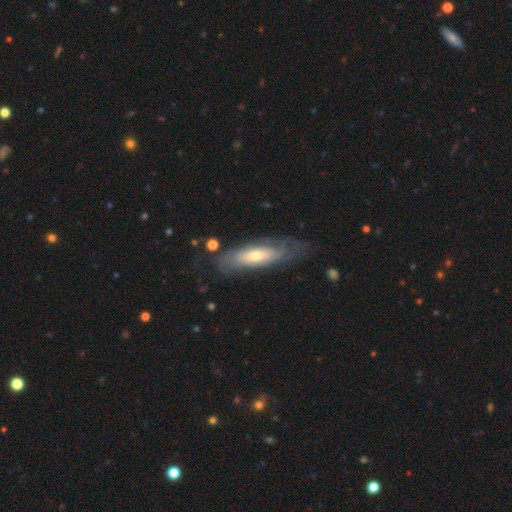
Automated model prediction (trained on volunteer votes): Smooth or featured? featured or disk (57%)
Edge-on disk? no (68%)
Merging? none (63%)